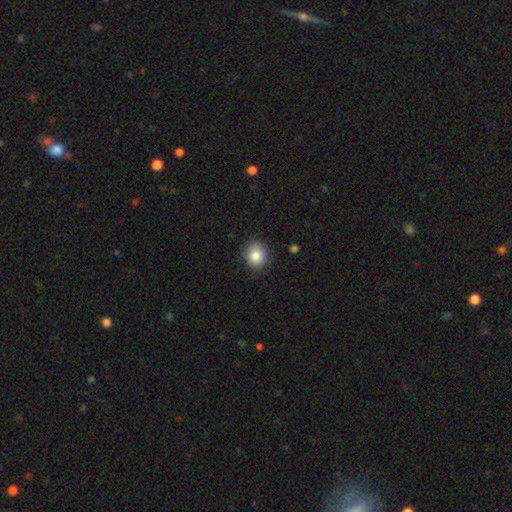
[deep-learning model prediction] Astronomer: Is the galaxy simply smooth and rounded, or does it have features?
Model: smooth — 84%.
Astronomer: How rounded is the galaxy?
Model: round — 73%.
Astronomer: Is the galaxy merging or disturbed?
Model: none — 88%.